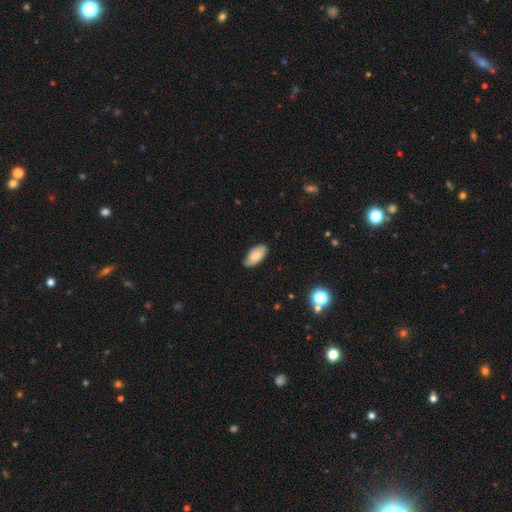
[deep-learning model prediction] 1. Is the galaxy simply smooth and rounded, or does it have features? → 76% smooth, 17% featured or disk, 7% star or artifact.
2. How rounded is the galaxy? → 93% in between, 5% cigar-shaped, 2% round.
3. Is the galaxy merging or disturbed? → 81% none, 16% minor disturbance, 2% major disturbance, 1% merger.